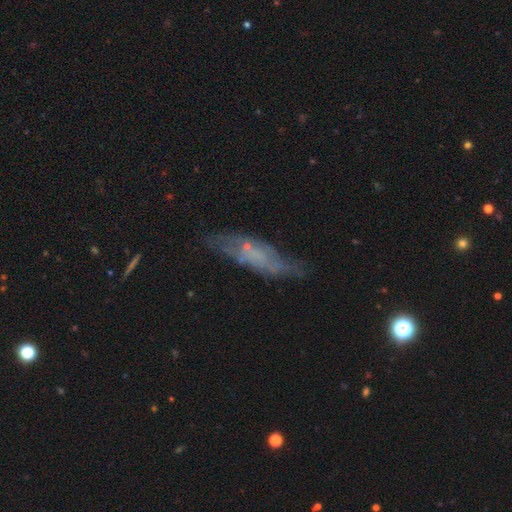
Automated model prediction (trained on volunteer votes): This is possibly a featured or disk galaxy (53%). It is possibly not viewed edge-on (59%). Merging: likely none (65%).